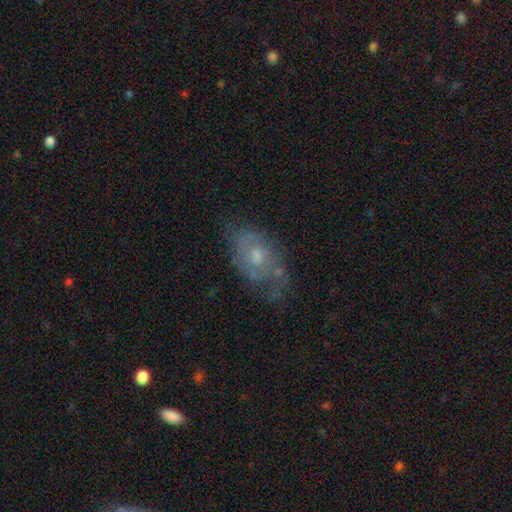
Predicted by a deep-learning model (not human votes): Q: Smooth or featured?
A: featured or disk (62%); runner-up: smooth (30%)
Q: Edge-on disk?
A: no (94%); runner-up: yes (6%)
Q: Bar?
A: no (77%); runner-up: weak (20%)
Q: Spiral arms?
A: yes (66%); runner-up: no (34%)
Q: Bulge size?
A: moderate (59%); runner-up: small (30%)
Q: Merging?
A: none (53%); runner-up: minor disturbance (27%)